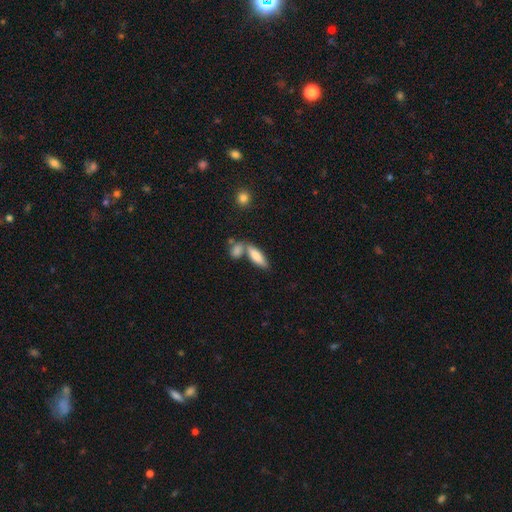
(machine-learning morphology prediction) Q: Smooth or featured?
A: smooth (80%); runner-up: featured or disk (14%)
Q: How rounded?
A: in between (63%); runner-up: cigar-shaped (35%)
Q: Merging?
A: none (49%); runner-up: merger (35%)